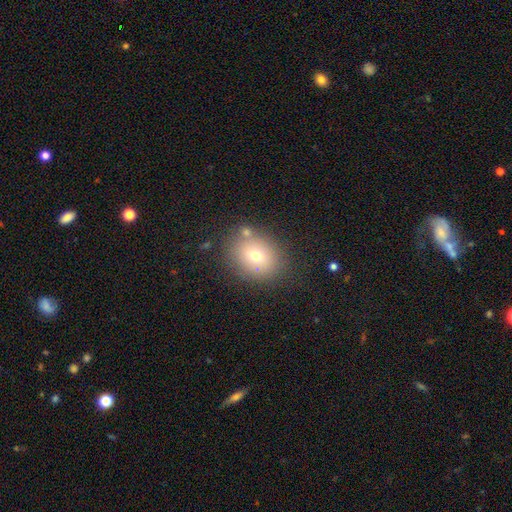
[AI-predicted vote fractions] A smooth galaxy with no disk features (68%) that is round (54%).

Vote fractions:
- Smooth or featured? smooth: 68% / featured or disk: 19% / star or artifact: 14%
- How rounded? round: 54% / in between: 45% / cigar-shaped: 1%
- Merging? none: 78% / minor disturbance: 12% / merger: 7% / major disturbance: 4%